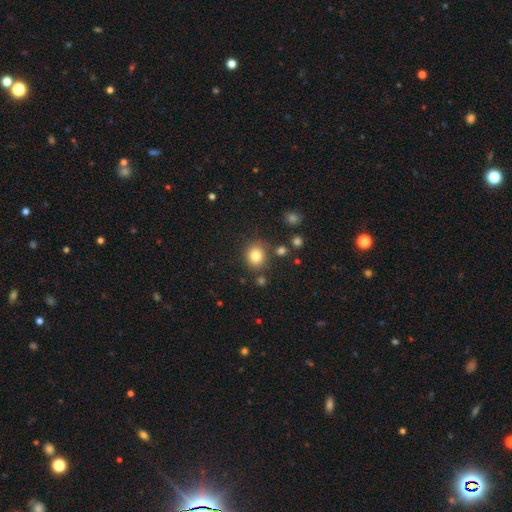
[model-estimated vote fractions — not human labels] Q: Smooth or featured?
A: smooth (81%); runner-up: star or artifact (12%)
Q: How rounded?
A: round (81%); runner-up: in between (18%)
Q: Merging?
A: none (81%); runner-up: minor disturbance (10%)